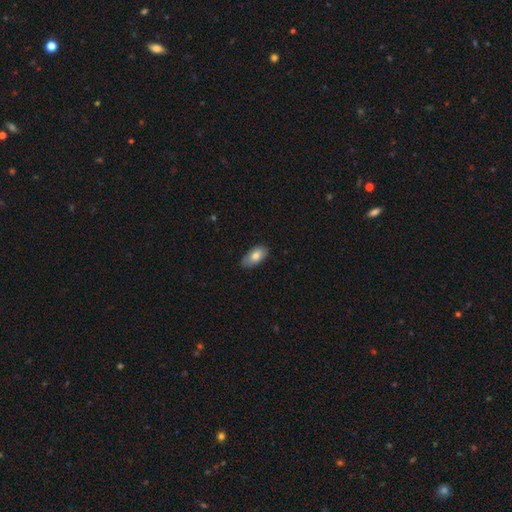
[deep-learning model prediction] The model was most divided on "merging": none: 78%, minor disturbance: 19%, major disturbance: 3%, merger: 1%. More confident: how rounded — in between (93%); smooth or featured — smooth (79%).